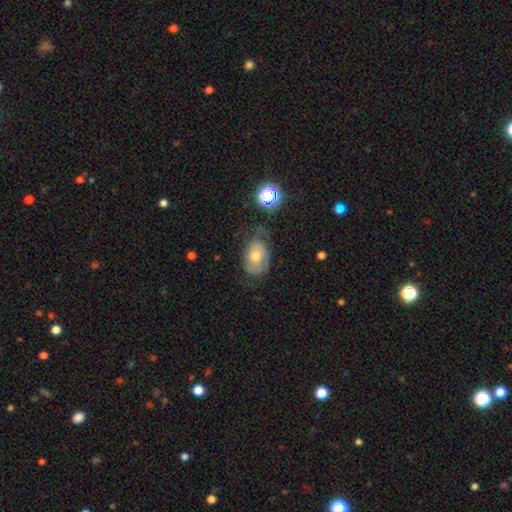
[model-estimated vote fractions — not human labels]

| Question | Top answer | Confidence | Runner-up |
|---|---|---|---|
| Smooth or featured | smooth | 44% | featured or disk (42%) |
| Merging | none | 50% | minor disturbance (30%) |